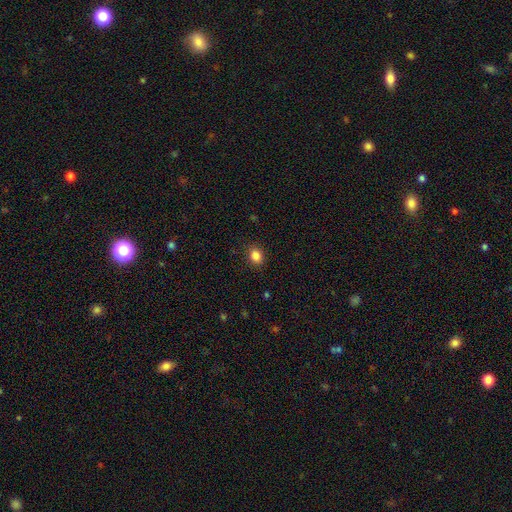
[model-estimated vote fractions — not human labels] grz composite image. It shows a smooth galaxy with no disk features (85%) that is round (58%). Merging: none (89%).